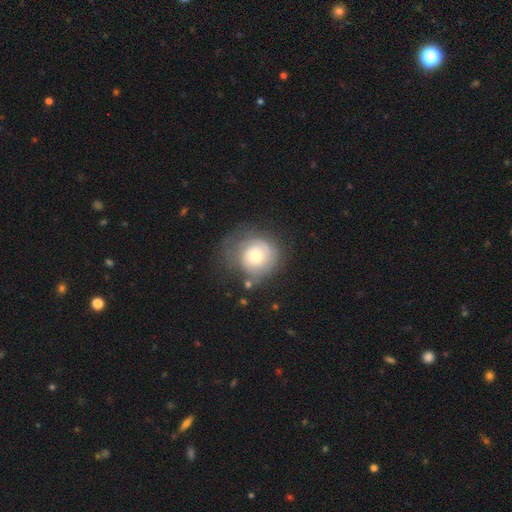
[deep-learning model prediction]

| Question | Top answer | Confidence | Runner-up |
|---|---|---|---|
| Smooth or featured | featured or disk | 52% | smooth (40%) |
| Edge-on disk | no | 97% | yes (3%) |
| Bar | no | 81% | weak (16%) |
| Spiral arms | yes | 72% | no (28%) |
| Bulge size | moderate | 60% | small (26%) |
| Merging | none | 53% | minor disturbance (25%) |